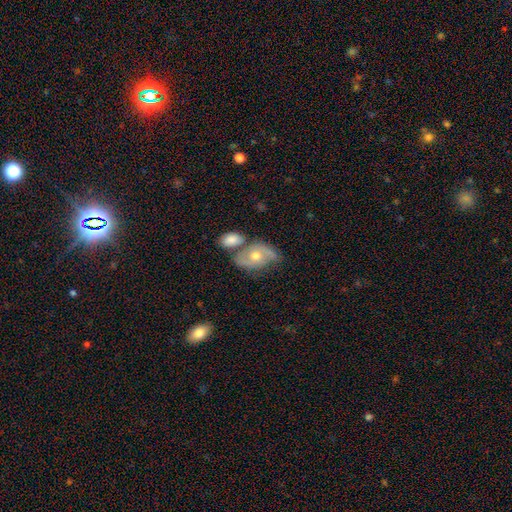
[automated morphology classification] type=star or artifact (42%).